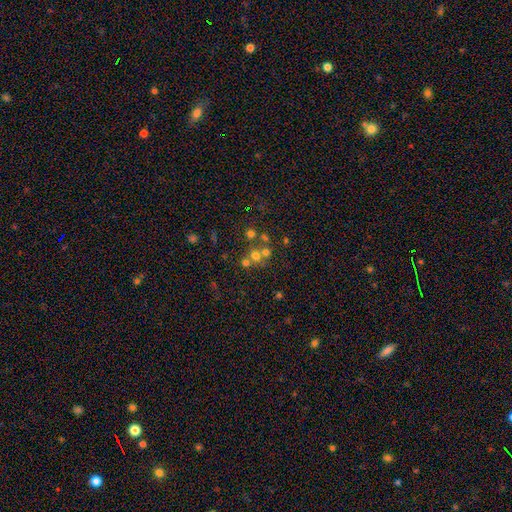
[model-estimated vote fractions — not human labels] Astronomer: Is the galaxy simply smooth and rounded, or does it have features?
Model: smooth — 55%.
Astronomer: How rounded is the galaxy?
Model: round — 85%.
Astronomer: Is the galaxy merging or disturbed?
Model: none — 50% (runner-up: merger, 39%).